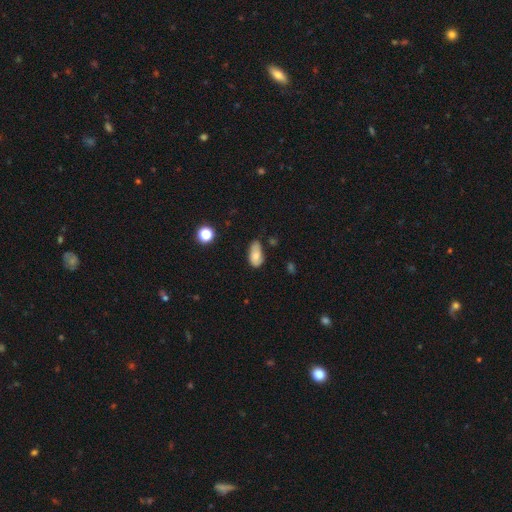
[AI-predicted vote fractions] Smooth or featured: smooth — 75% (featured or disk — 16%)
How rounded: in between — 92% (round — 5%)
Merging: none — 47% (minor disturbance — 41%)